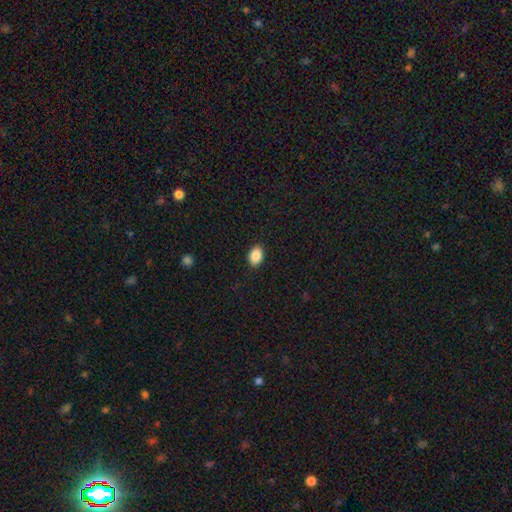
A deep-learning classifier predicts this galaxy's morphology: Smooth or featured? smooth (89%)
How rounded? in between (80%)
Merging? none (89%)